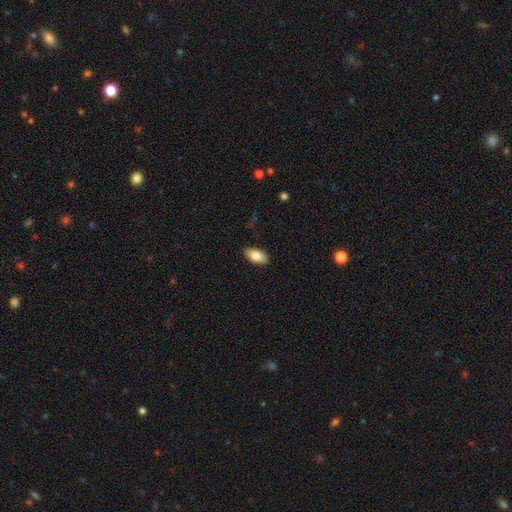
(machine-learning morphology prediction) A smooth galaxy with no disk features (81%) that is in between round and cigar-shaped (91%).

Vote fractions:
- Smooth or featured? smooth: 81% / featured or disk: 12% / star or artifact: 7%
- How rounded? in between: 91% / cigar-shaped: 5% / round: 4%
- Merging? none: 87% / minor disturbance: 10% / major disturbance: 2% / merger: 1%